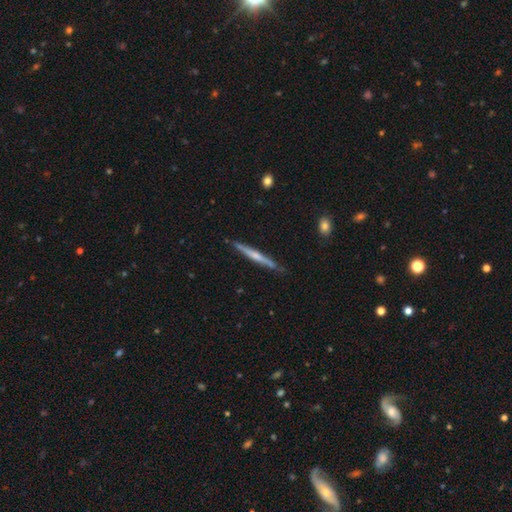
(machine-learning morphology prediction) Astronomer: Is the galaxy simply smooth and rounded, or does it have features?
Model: featured or disk — 62%.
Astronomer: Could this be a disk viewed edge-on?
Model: yes — 97%.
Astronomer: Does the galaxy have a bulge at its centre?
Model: rounded — 50% (runner-up: none, 39%).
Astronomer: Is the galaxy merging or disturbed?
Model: none — 84%.